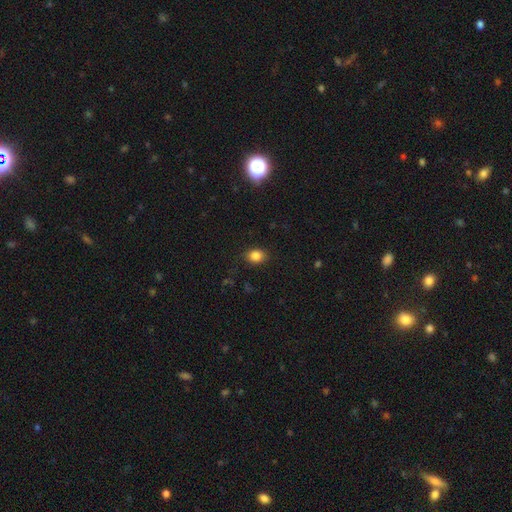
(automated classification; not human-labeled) This appears to be a smooth galaxy with no disk features (84%) that is in between round and cigar-shaped (58%). Merging: none (86%).